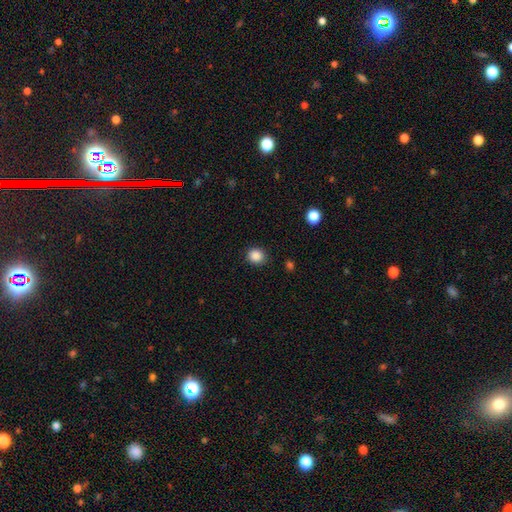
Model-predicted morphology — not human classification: This appears to be a smooth galaxy with no disk features (87%) that is round (78%). Merging: none (86%).